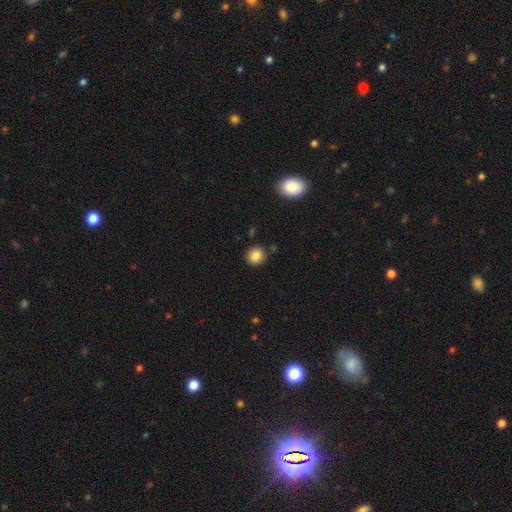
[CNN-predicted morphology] Smooth or featured? smooth (85%)
How rounded? round (90%)
Merging? none (88%)